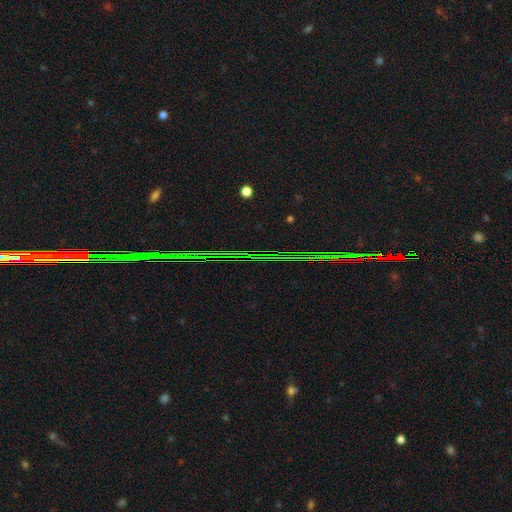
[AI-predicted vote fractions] star or artifact 87%, featured or disk 7%, smooth 6%.